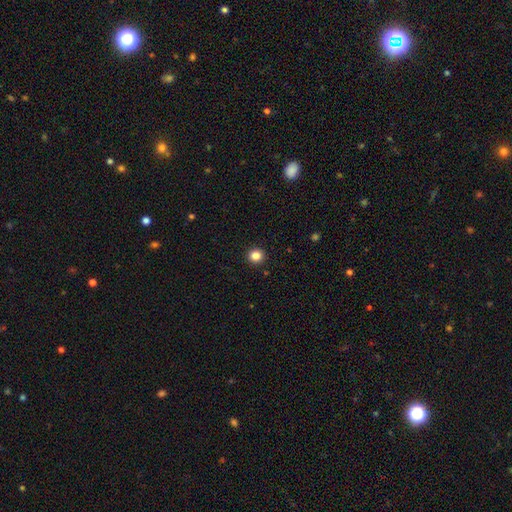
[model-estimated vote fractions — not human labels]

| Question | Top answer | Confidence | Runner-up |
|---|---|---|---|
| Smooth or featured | smooth | 84% | star or artifact (12%) |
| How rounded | round | 93% | in between (6%) |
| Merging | none | 93% | minor disturbance (4%) |